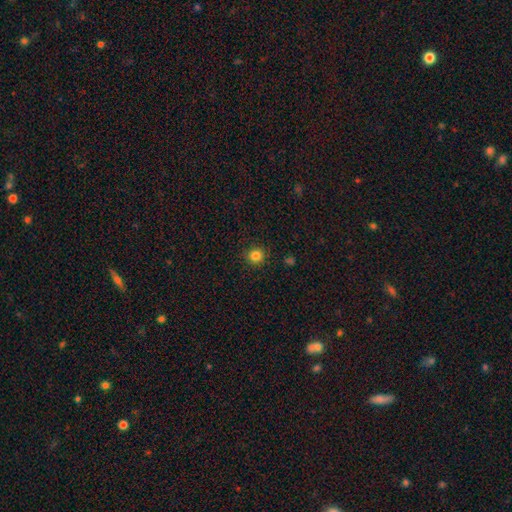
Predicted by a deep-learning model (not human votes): This is clearly a smooth galaxy (84%). How rounded: clearly round (92%). Merging: clearly none (90%).